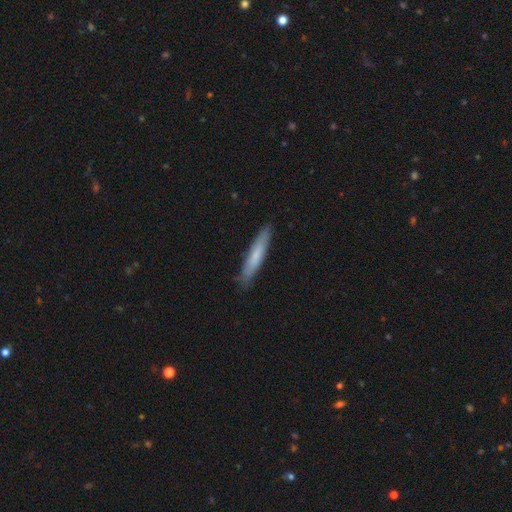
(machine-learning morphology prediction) Smooth or featured? Predicted: smooth (p=0.68). How rounded? Predicted: cigar-shaped (p=0.91). Merging? Predicted: none (p=0.87).